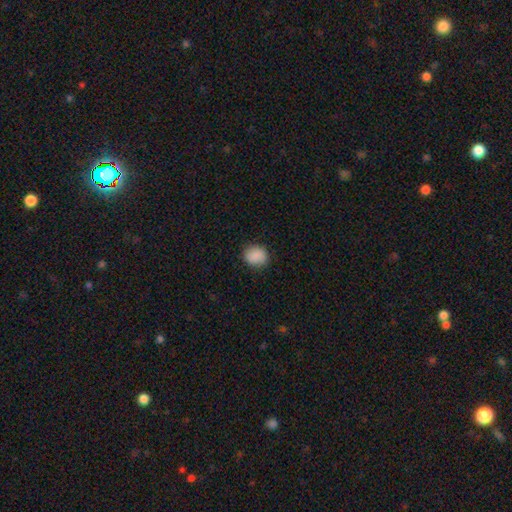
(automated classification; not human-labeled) Smooth or featured? smooth (88%)
How rounded? round (65%)
Merging? none (86%)